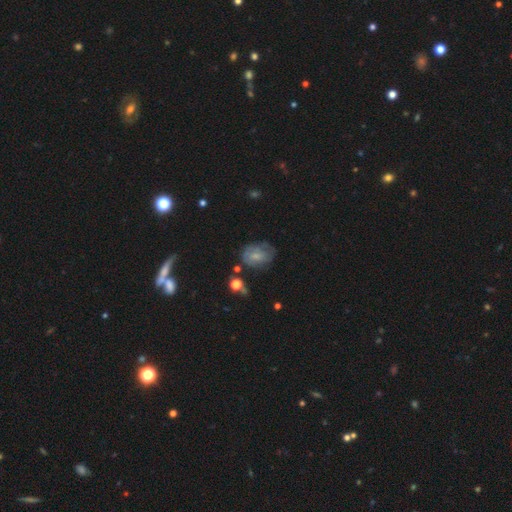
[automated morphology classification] The model was most divided on "smooth or featured": smooth: 47%, featured or disk: 43%, star or artifact: 10%. More confident: merging — none (53%).